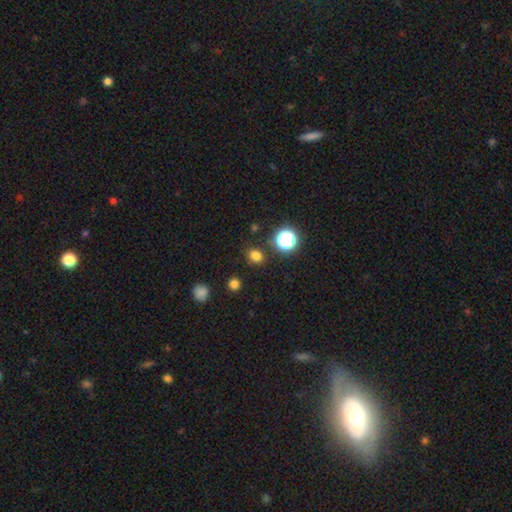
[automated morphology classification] smooth_or_featured: smooth (p=0.78) [alt: star or artifact p=0.18]
how_rounded: round (p=0.67) [alt: in between p=0.32]
merging: none (p=0.87) [alt: minor disturbance p=0.08]